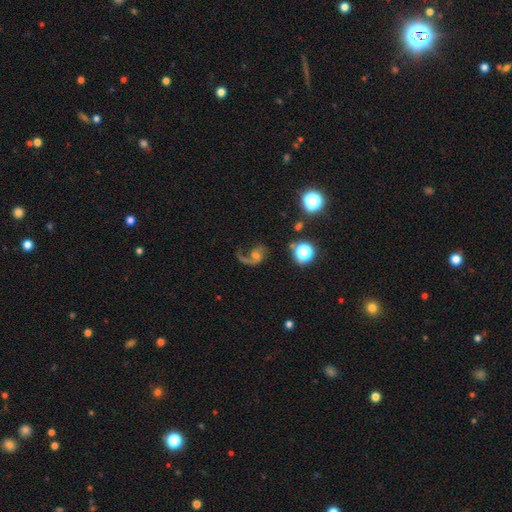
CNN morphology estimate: smooth-or-featured: featured or disk: 73% | smooth: 14% | star or artifact: 13%
  disk-edge-on: no: 98% | yes: 2%
    bar: no: 60% | weak: 32% | strong: 8%
    has-spiral-arms: yes: 91% | no: 9%
      spiral-winding: loose: 68% | medium: 26% | tight: 6%
      spiral-arm-count: 1: 55% | 2: 40% | can't tell: 3% | 3: 1% | 4: 1% | more than 4: 1%
    bulge-size: small: 44% | moderate: 31% | none: 17% | large: 6% | dominant: 2%
  merging: none: 41% | major disturbance: 36% | minor disturbance: 15% | merger: 7%